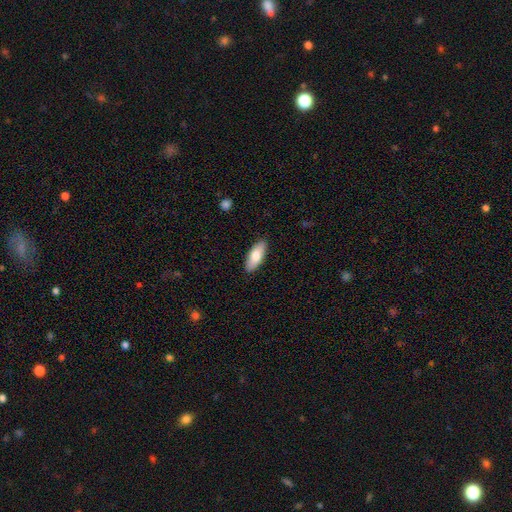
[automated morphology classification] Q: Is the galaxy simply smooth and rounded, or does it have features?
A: smooth — 78%.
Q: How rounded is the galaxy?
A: in between — 77%.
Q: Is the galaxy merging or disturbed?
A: none — 89%.